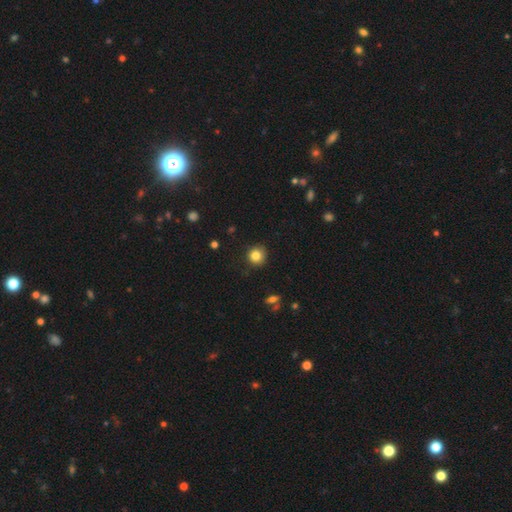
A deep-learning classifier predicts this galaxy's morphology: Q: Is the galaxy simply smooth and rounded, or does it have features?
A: smooth — 83%.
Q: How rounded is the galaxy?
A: round — 91%.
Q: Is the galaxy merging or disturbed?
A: none — 84%.